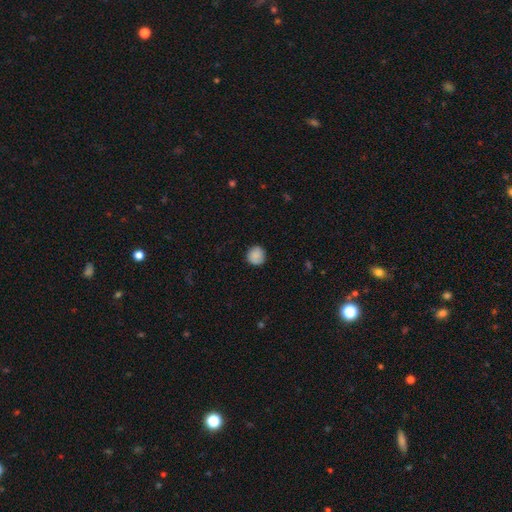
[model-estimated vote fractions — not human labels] A smooth galaxy with no disk features (88%) that is round (93%). Merging: none (88%).